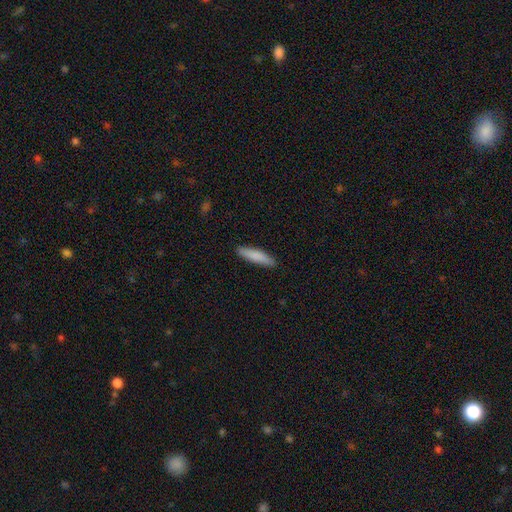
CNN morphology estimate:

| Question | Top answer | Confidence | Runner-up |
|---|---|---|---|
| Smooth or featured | smooth | 85% | featured or disk (10%) |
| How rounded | cigar-shaped | 77% | in between (21%) |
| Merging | none | 89% | minor disturbance (9%) |